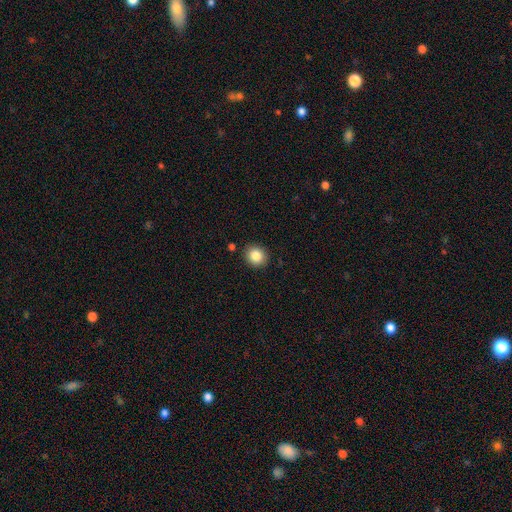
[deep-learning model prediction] A smooth galaxy with no disk features (85%) that is round (83%). Merging: none (89%).